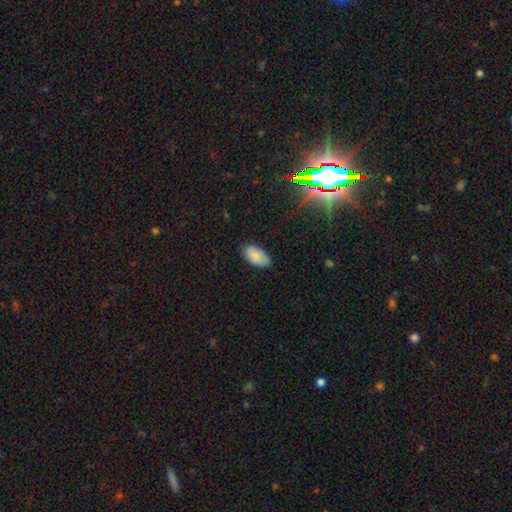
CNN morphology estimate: This appears to be a smooth galaxy with no disk features (85%) that is in between round and cigar-shaped (95%). Merging: none (80%).